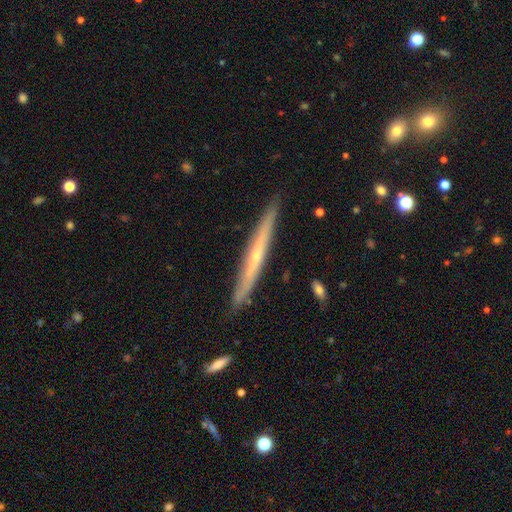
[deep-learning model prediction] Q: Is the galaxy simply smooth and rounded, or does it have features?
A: featured or disk — 68%.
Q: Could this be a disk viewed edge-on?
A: yes — 95%.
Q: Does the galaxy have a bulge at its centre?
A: rounded — 57%.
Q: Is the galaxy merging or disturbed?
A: none — 88%.